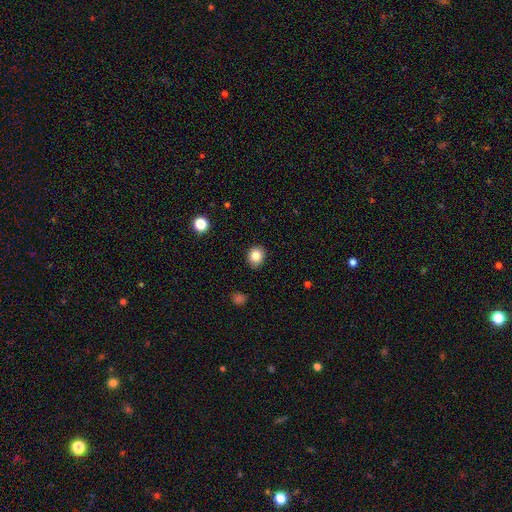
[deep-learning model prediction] Morphology: type=smooth (84%); roundness=round (69%); merging=none (88%).